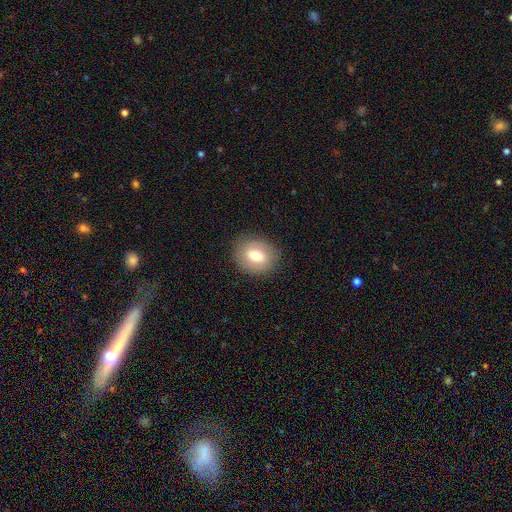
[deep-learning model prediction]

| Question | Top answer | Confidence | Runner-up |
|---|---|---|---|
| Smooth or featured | smooth | 71% | featured or disk (20%) |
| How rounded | round | 60% | in between (39%) |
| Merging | none | 87% | minor disturbance (9%) |